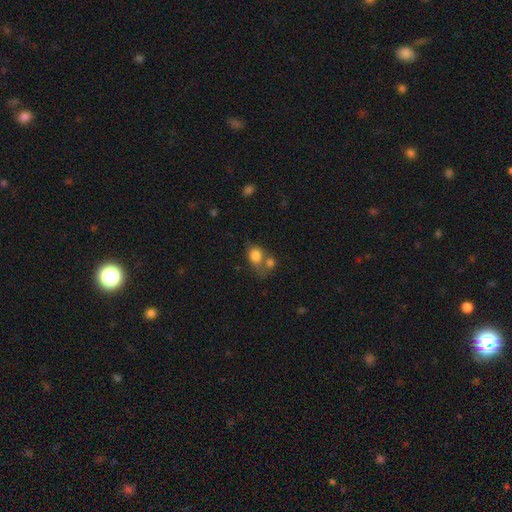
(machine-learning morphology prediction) type=smooth (79%); roundness=in between (50%); merging=merger (41%).